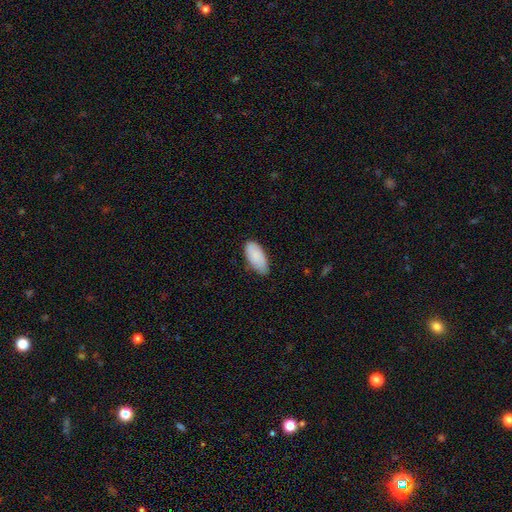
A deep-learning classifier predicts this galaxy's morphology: Overall: smooth (84%). How rounded: in between (93%). Merging: none (68%).